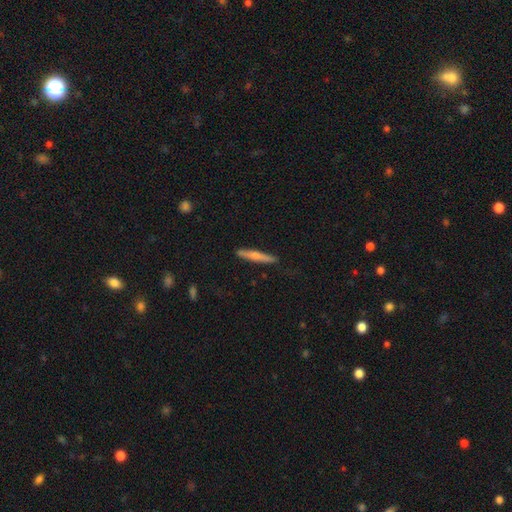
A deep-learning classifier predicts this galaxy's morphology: The model was most divided on "smooth or featured": smooth: 56%, featured or disk: 39%, star or artifact: 5%. More confident: how rounded — cigar-shaped (94%); merging — none (87%).